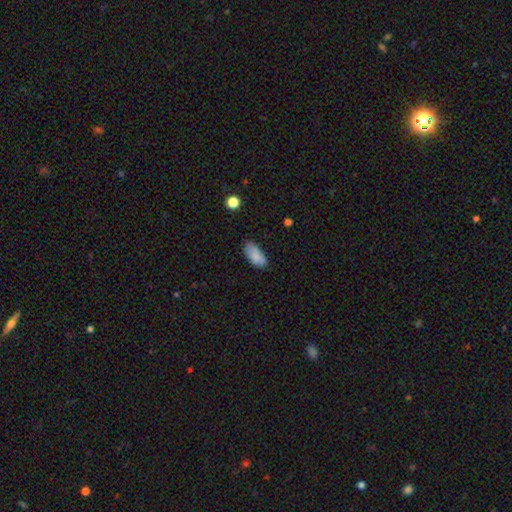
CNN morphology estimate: Q: Smooth or featured?
A: smooth (85%); runner-up: featured or disk (8%)
Q: How rounded?
A: in between (92%); runner-up: cigar-shaped (6%)
Q: Merging?
A: none (71%); runner-up: minor disturbance (23%)